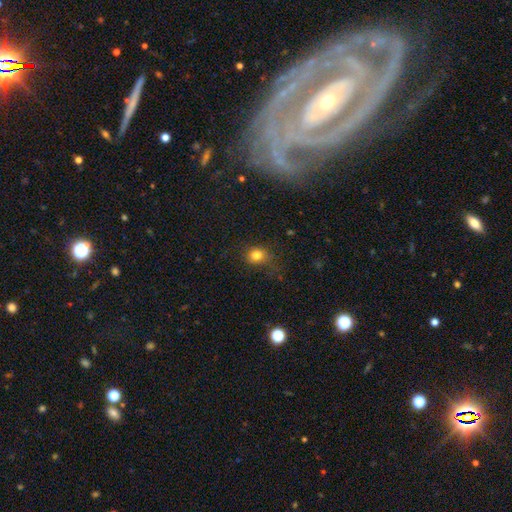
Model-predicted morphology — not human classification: Smooth or featured?
  - smooth: 79% *
  - star or artifact: 14%
  - featured or disk: 7%
How rounded?
  - round: 71% *
  - in between: 28%
  - cigar-shaped: 1%
Merging?
  - none: 69% *
  - minor disturbance: 20%
  - major disturbance: 10%
  - merger: 2%